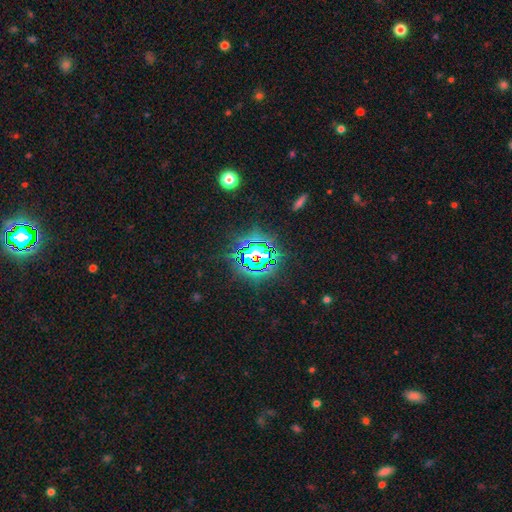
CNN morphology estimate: Smooth or featured? star or artifact (79%)